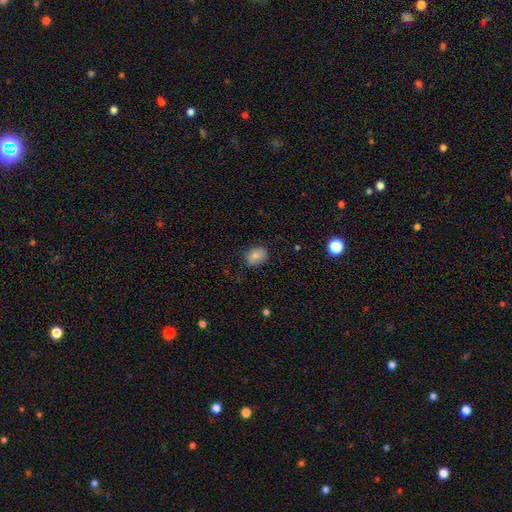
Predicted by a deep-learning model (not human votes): Smooth or featured: smooth — 85% (star or artifact — 8%)
How rounded: in between — 55% (round — 44%)
Merging: none — 80% (minor disturbance — 15%)